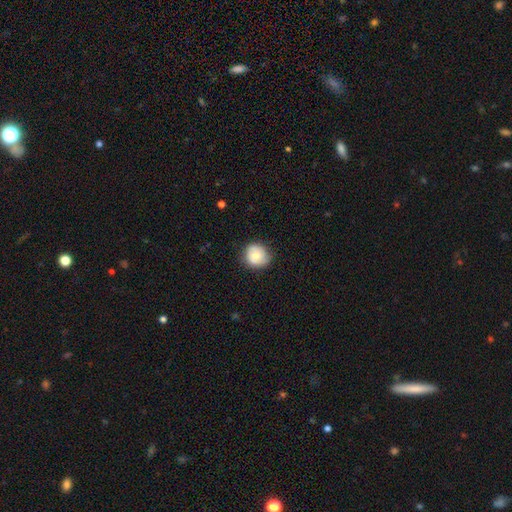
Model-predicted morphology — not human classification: A smooth galaxy with no disk features (70%) that is round (86%).

Vote fractions:
- Smooth or featured? smooth: 70% / featured or disk: 22% / star or artifact: 8%
- How rounded? round: 86% / in between: 13% / cigar-shaped: 1%
- Merging? none: 77% / minor disturbance: 19% / major disturbance: 4% / merger: 1%